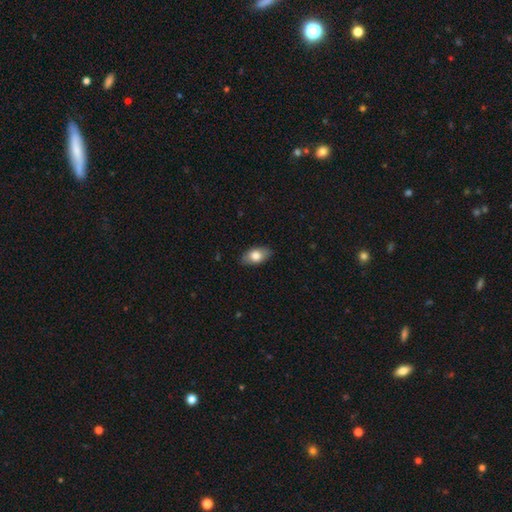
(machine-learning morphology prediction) This is likely a smooth galaxy (77%). How rounded: clearly in between (91%). Merging: clearly none (85%).